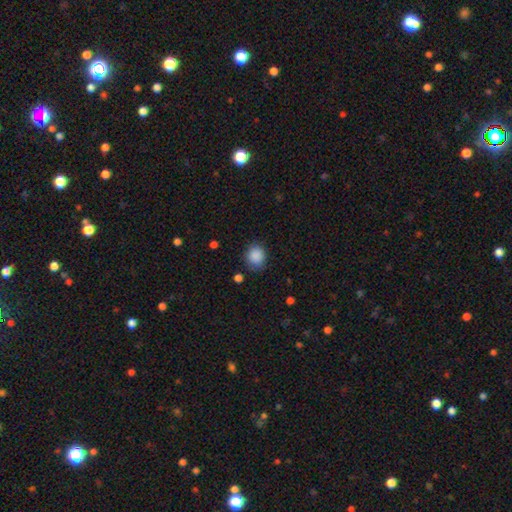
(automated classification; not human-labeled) Overall: smooth (88%). How rounded: round (74%). Merging: none (80%).